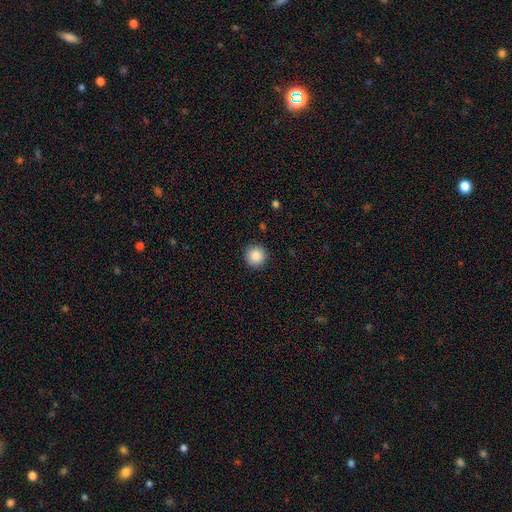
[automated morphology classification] Smooth or featured?
  - smooth: 88% *
  - star or artifact: 9%
  - featured or disk: 4%
How rounded?
  - round: 95% *
  - in between: 4%
  - cigar-shaped: 1%
Merging?
  - none: 91% *
  - minor disturbance: 6%
  - major disturbance: 2%
  - merger: 1%